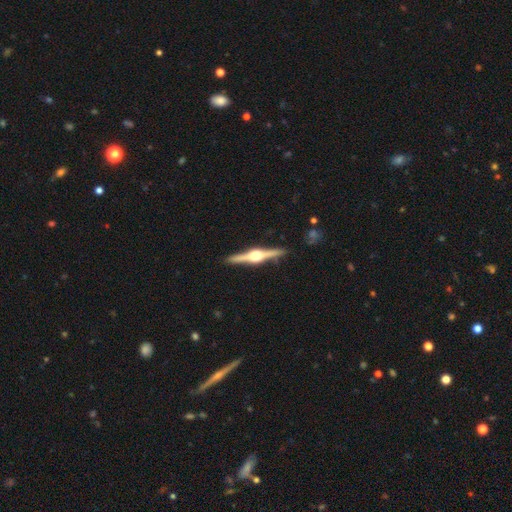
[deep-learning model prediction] A featured or disk galaxy (86%) viewed edge-on (99%) with a rounded central bulge (95%).

Vote fractions:
- Smooth or featured? featured or disk: 86% / smooth: 9% / star or artifact: 5%
- Edge-on disk? yes: 99% / no: 1%
- Edge-on bulge? rounded: 95% / boxy: 4% / none: 1%
- Merging? none: 91% / minor disturbance: 6% / major disturbance: 1% / merger: 1%